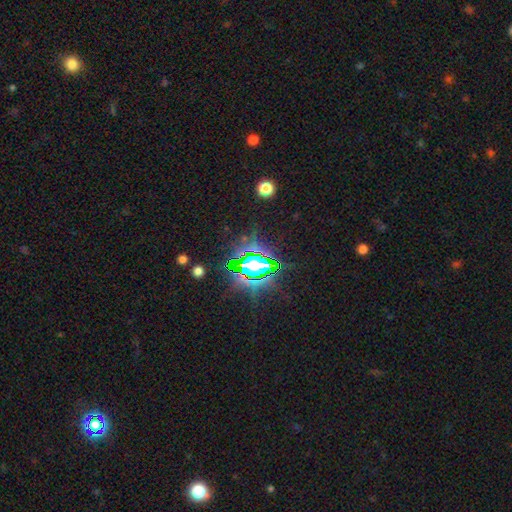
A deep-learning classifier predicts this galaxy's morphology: smooth_or_featured: star or artifact (p=0.73) [alt: smooth p=0.15]